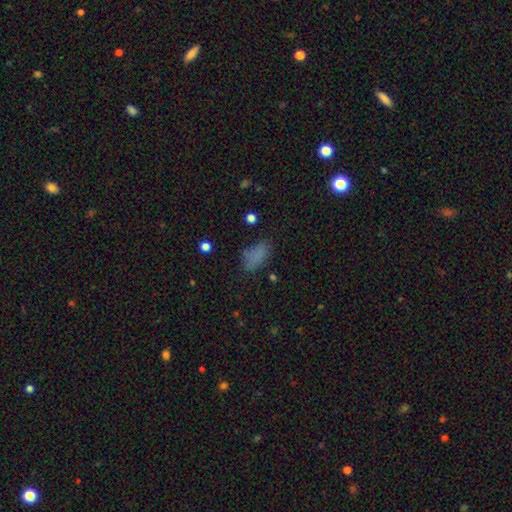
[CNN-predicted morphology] Smooth or featured? Predicted: smooth (p=0.78). How rounded? Predicted: in between (p=0.90). Merging? Predicted: none (p=0.66).